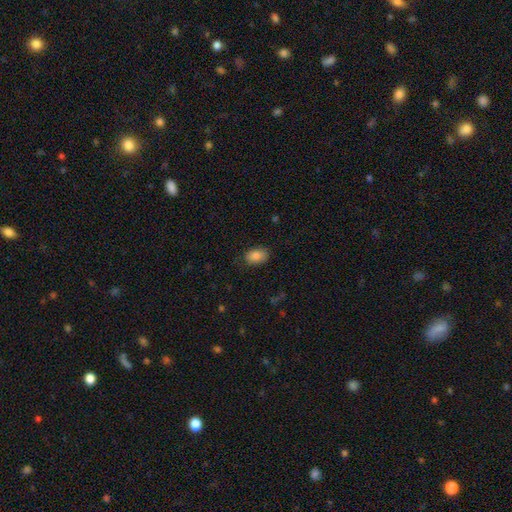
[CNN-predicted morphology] Smooth or featured?
  - smooth: 87% *
  - star or artifact: 8%
  - featured or disk: 5%
How rounded?
  - in between: 88% *
  - round: 11%
  - cigar-shaped: 1%
Merging?
  - none: 81% *
  - minor disturbance: 15%
  - major disturbance: 3%
  - merger: 1%